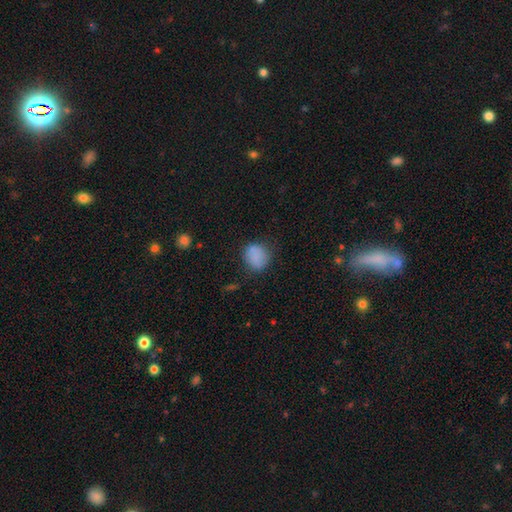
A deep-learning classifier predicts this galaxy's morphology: smooth 83%, star or artifact 10%, featured or disk 7%. Down the decision tree: how rounded — round (75%); merging — none (72%).